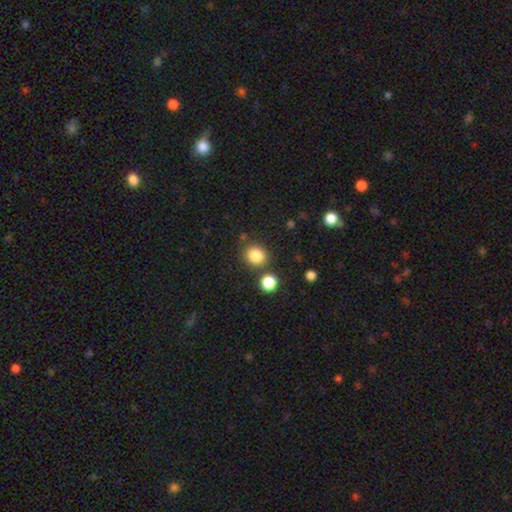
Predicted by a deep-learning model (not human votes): Smooth or featured? Predicted: smooth (p=0.84). How rounded? Predicted: round (p=0.80). Merging? Predicted: none (p=0.79).